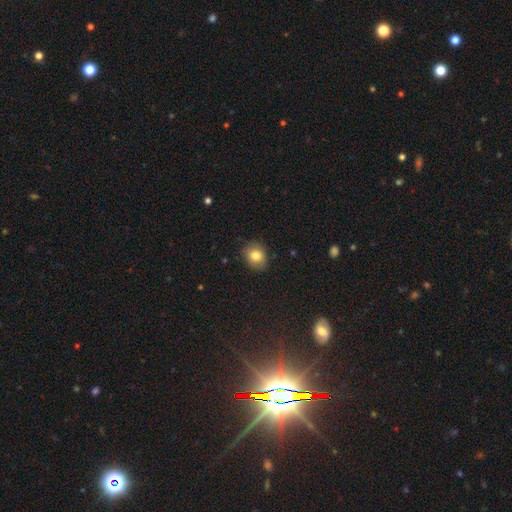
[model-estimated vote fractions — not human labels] smooth 82%, star or artifact 9%, featured or disk 9%. Down the decision tree: how rounded — round (52%); merging — none (81%).